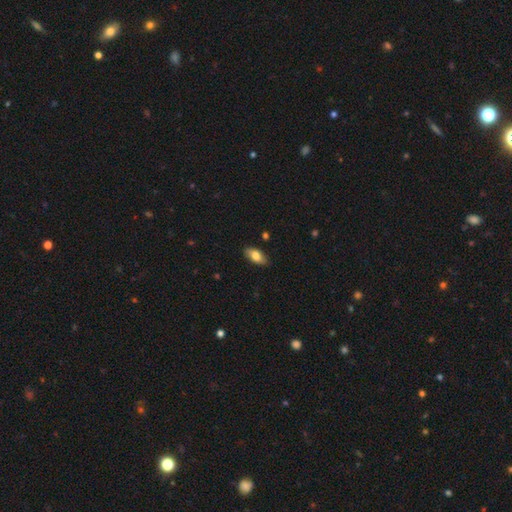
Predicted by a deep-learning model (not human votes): The model was most divided on "smooth or featured": smooth: 79%, featured or disk: 15%, star or artifact: 6%. More confident: how rounded — in between (90%); merging — none (86%).